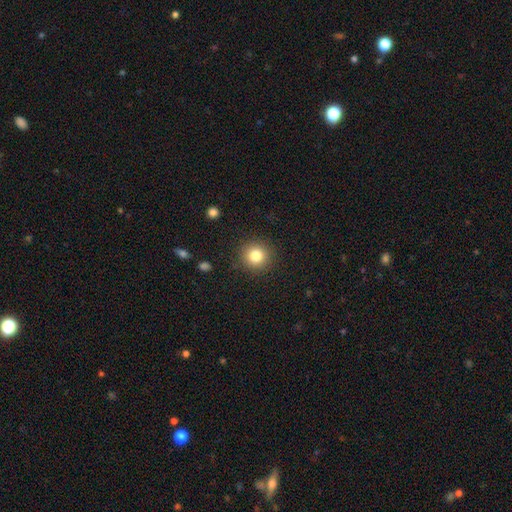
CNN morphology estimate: Q: Smooth or featured?
A: smooth (82%); runner-up: star or artifact (11%)
Q: How rounded?
A: round (93%); runner-up: in between (6%)
Q: Merging?
A: none (90%); runner-up: minor disturbance (7%)